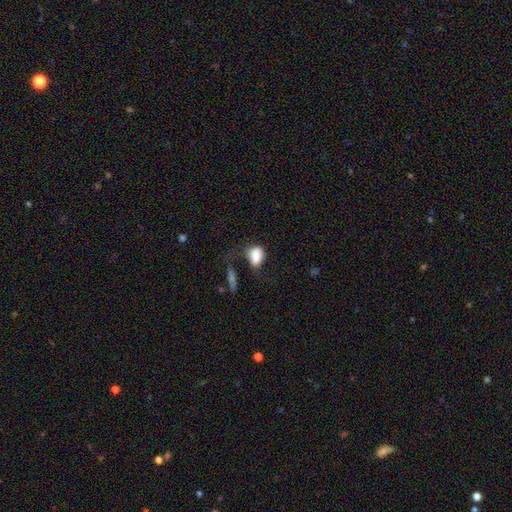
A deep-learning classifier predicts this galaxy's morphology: Smooth or featured: smooth — 82% (featured or disk — 9%)
How rounded: in between — 72% (round — 25%)
Merging: none — 34% (minor disturbance — 27%)